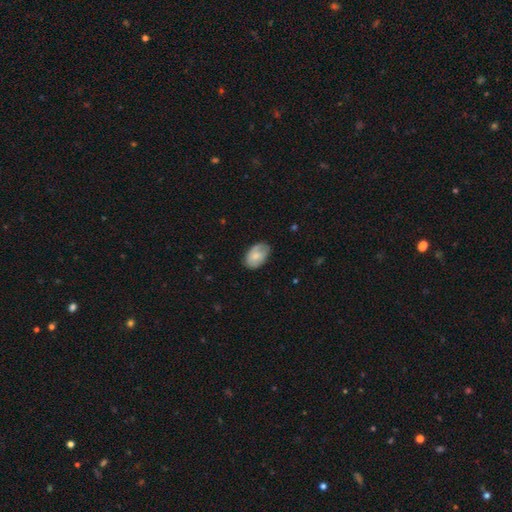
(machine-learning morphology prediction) smooth_or_featured: smooth (p=0.68) [alt: featured or disk p=0.26]
how_rounded: in between (p=0.88) [alt: round p=0.11]
merging: none (p=0.67) [alt: minor disturbance p=0.26]